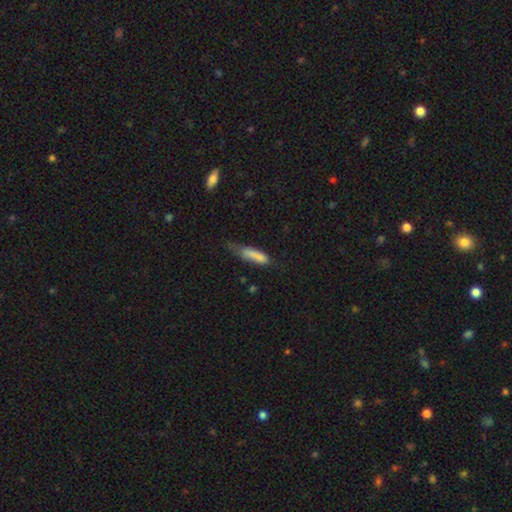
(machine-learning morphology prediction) Smooth or featured: smooth — 79% (featured or disk — 14%)
How rounded: cigar-shaped — 65% (in between — 33%)
Merging: minor disturbance — 39% (none — 35%)